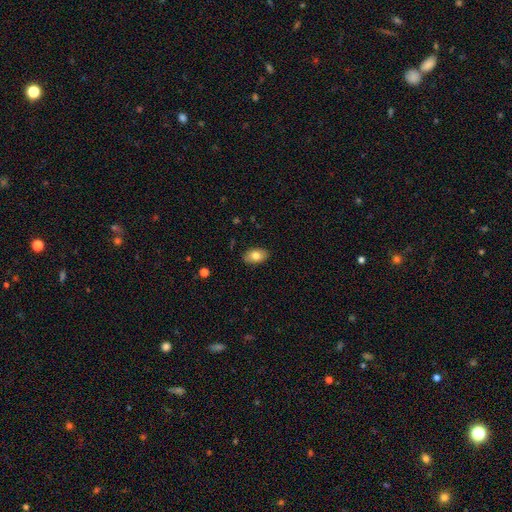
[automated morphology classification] Smooth or featured?
  - smooth: 78% *
  - featured or disk: 15%
  - star or artifact: 7%
How rounded?
  - in between: 91% *
  - round: 8%
  - cigar-shaped: 1%
Merging?
  - none: 87% *
  - minor disturbance: 10%
  - major disturbance: 2%
  - merger: 1%